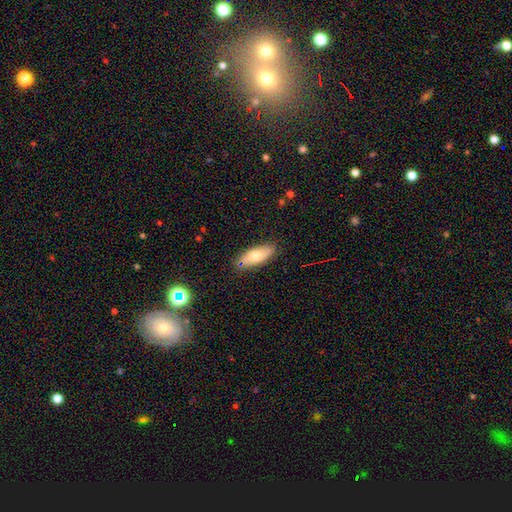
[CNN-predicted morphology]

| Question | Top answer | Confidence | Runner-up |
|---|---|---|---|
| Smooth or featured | smooth | 73% | featured or disk (20%) |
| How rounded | in between | 78% | cigar-shaped (20%) |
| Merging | none | 82% | minor disturbance (13%) |